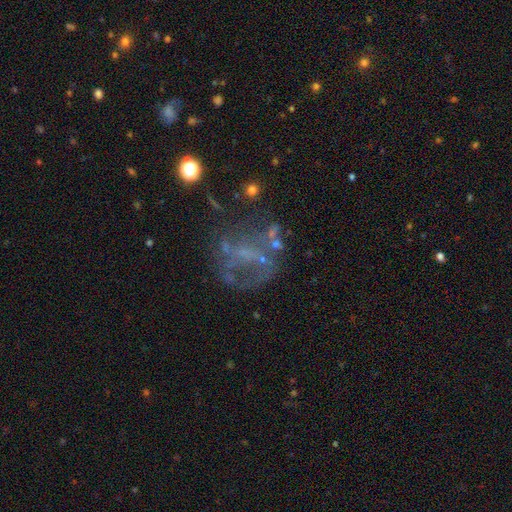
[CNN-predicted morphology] Smooth or featured? featured or disk (59%)
Edge-on disk? no (97%)
Bar? no (67%)
Spiral arms? no (73%)
Bulge size? none (62%)
Merging? none (45%)